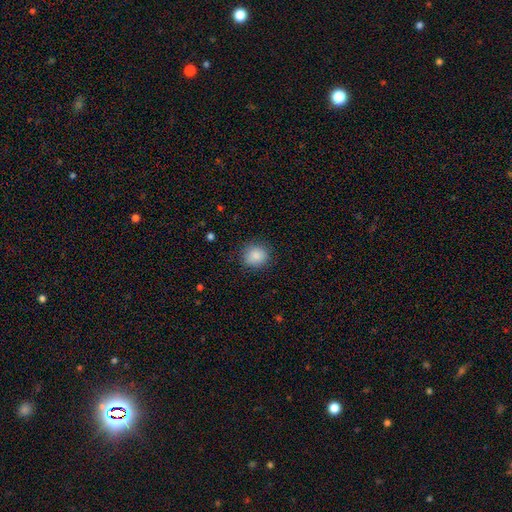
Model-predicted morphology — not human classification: Q: Smooth or featured?
A: smooth (87%); runner-up: star or artifact (9%)
Q: How rounded?
A: round (82%); runner-up: in between (17%)
Q: Merging?
A: none (86%); runner-up: minor disturbance (10%)